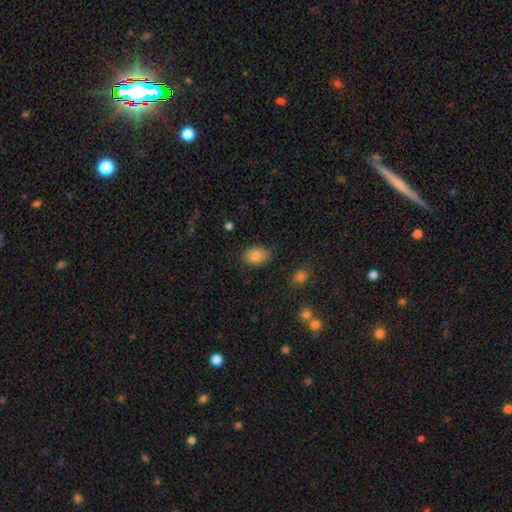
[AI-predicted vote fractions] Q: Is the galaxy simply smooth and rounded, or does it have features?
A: smooth — 84%.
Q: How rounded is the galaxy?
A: in between — 69%.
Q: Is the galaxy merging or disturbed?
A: none — 82%.